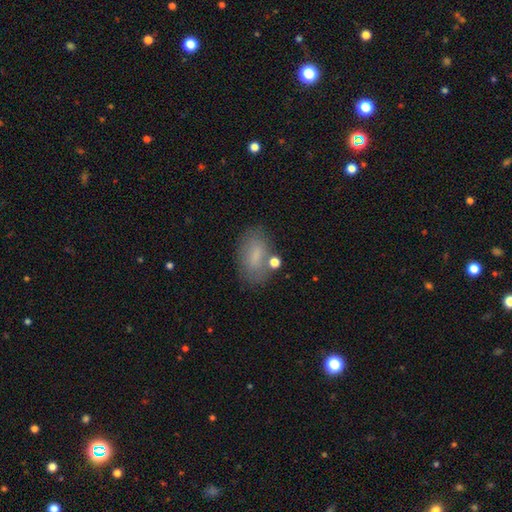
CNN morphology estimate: Smooth or featured: smooth — 75% (featured or disk — 16%)
How rounded: in between — 91% (round — 6%)
Merging: none — 71% (minor disturbance — 17%)